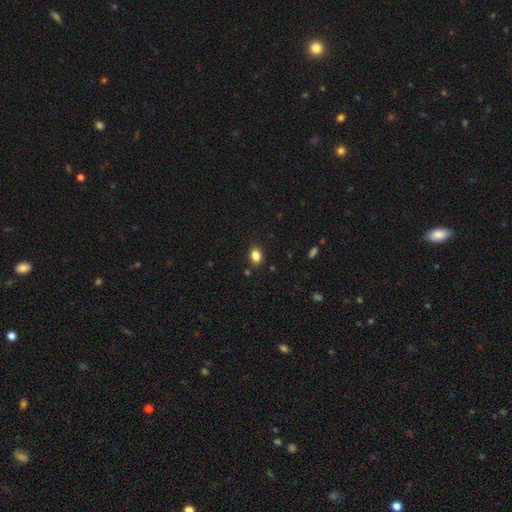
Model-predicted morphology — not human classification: This is clearly a smooth galaxy (85%). How rounded: likely in between (70%). Merging: clearly none (86%).